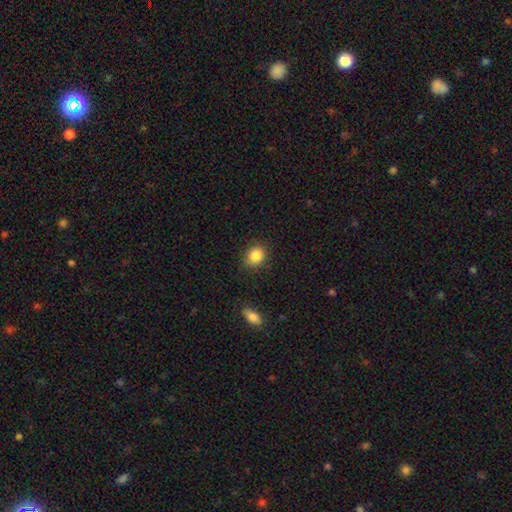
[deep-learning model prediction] The model was most divided on "how rounded": round: 65%, in between: 34%, cigar-shaped: 1%. More confident: smooth or featured — smooth (86%); merging — none (84%).